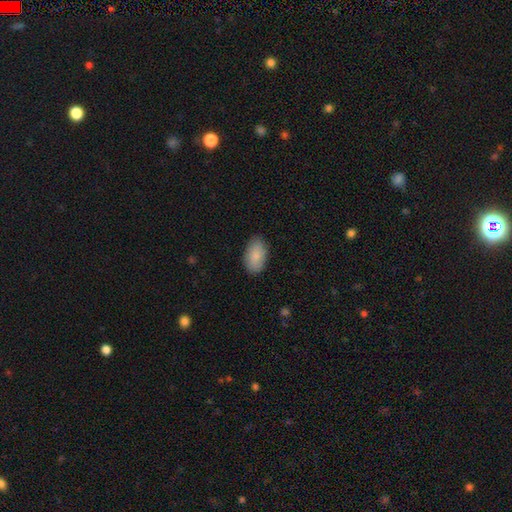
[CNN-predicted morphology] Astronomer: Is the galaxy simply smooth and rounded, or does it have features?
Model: smooth — 87%.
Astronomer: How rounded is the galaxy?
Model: in between — 94%.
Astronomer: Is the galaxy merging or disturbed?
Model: none — 86%.